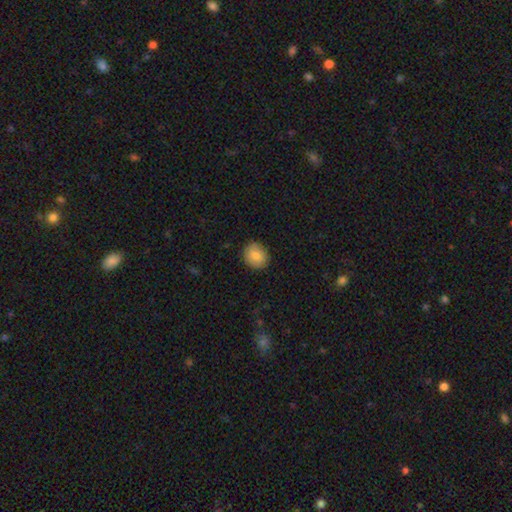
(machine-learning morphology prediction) A smooth galaxy with no disk features (83%) that is round (79%).

Vote fractions:
- Smooth or featured? smooth: 83% / featured or disk: 10% / star or artifact: 8%
- How rounded? round: 79% / in between: 20% / cigar-shaped: 1%
- Merging? none: 87% / minor disturbance: 10% / major disturbance: 2% / merger: 1%